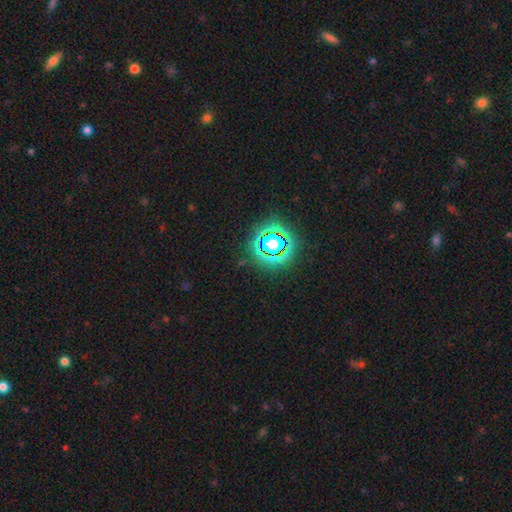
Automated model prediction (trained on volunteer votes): Smooth or featured? Predicted: star or artifact (p=0.81).